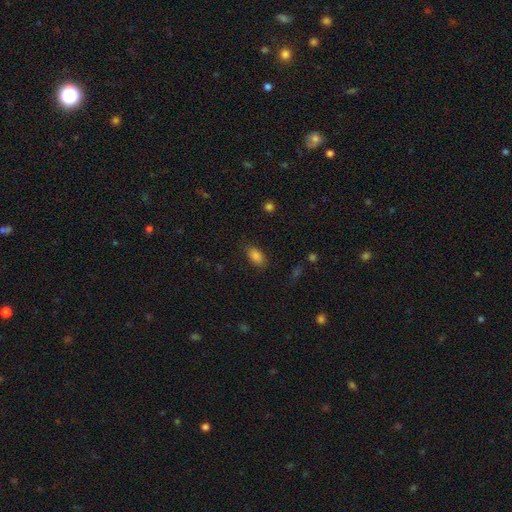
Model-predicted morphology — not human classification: smooth_or_featured: smooth (p=0.85) [alt: star or artifact p=0.09]
how_rounded: in between (p=0.91) [alt: round p=0.06]
merging: none (p=0.82) [alt: minor disturbance p=0.13]